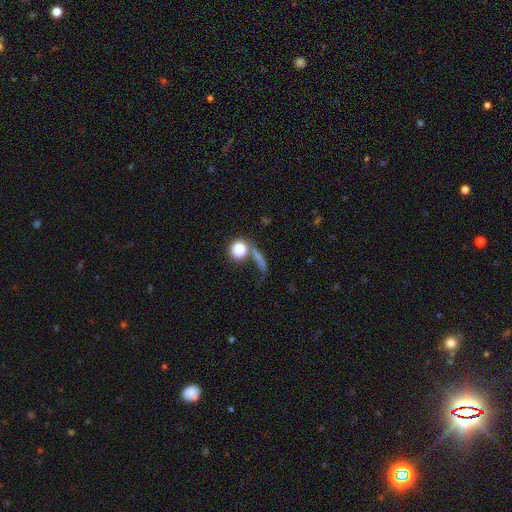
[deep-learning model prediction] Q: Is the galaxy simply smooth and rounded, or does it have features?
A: smooth — 61%.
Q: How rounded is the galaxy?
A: round — 72%.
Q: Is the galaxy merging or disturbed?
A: none — 47%.